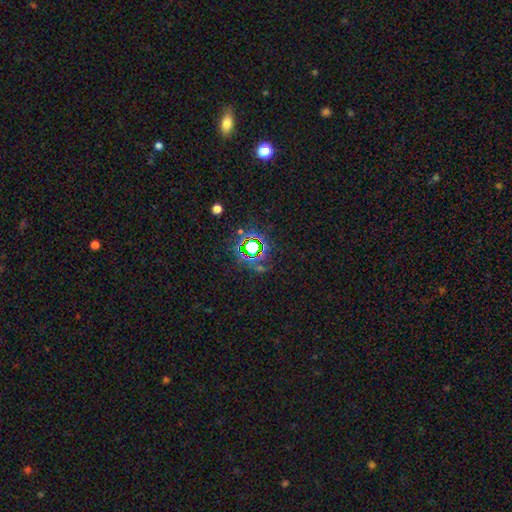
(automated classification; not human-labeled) Overall: star or artifact (78%).